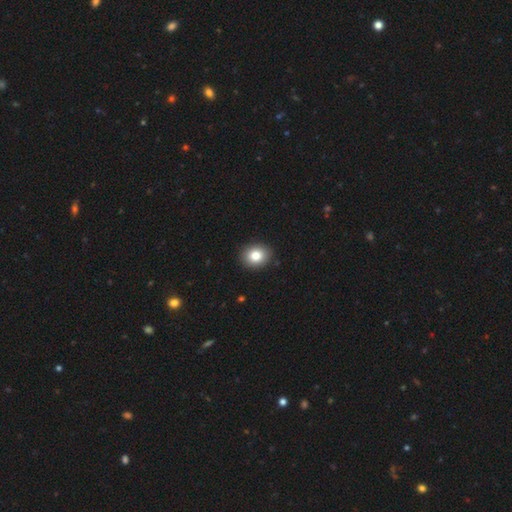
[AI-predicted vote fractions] Smooth or featured? smooth (83%)
How rounded? round (60%)
Merging? none (91%)